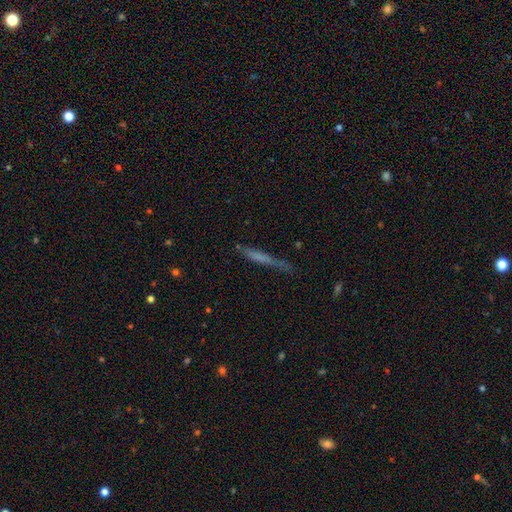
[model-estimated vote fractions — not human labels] Overall: smooth (53%; featured or disk 36%). How rounded: cigar-shaped (94%). Merging: none (59%; minor disturbance 25%).